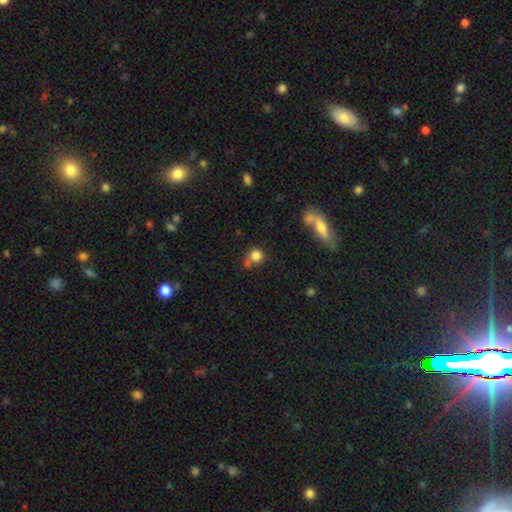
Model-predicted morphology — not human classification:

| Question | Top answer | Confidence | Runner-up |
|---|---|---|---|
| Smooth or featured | smooth | 80% | star or artifact (12%) |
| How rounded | round | 87% | in between (11%) |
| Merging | none | 55% | merger (29%) |